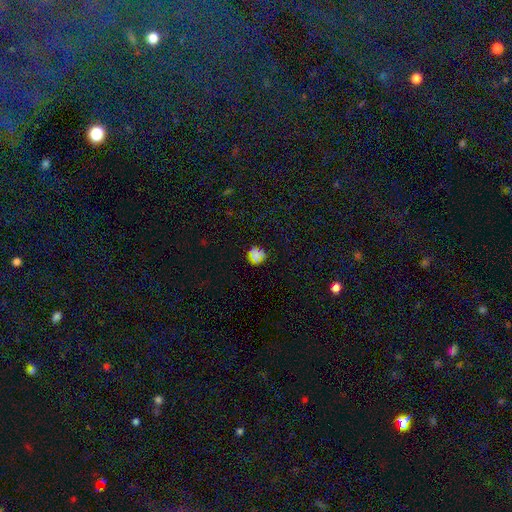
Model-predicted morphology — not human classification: Overall: smooth (60%; star or artifact 32%). How rounded: round (86%). Merging: none (80%).